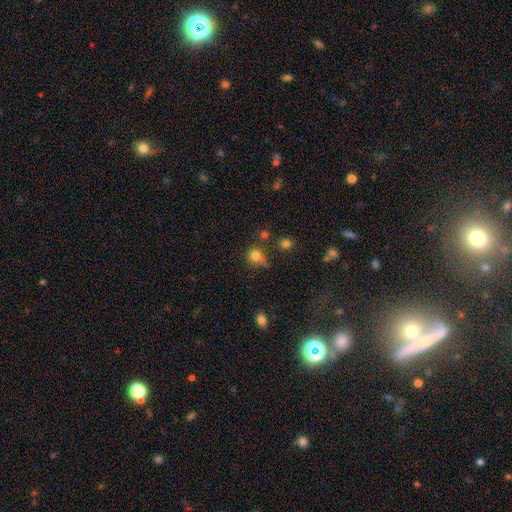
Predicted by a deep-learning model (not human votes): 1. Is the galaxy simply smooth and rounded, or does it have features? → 79% smooth, 14% star or artifact, 7% featured or disk.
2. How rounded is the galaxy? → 84% round, 15% in between, 1% cigar-shaped.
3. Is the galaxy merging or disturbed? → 56% none, 22% minor disturbance, 12% merger, 10% major disturbance.